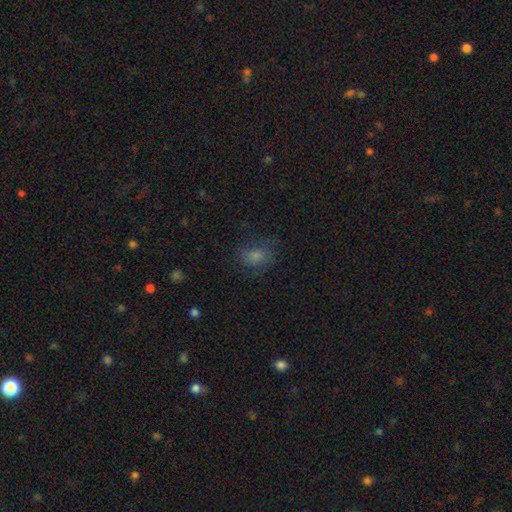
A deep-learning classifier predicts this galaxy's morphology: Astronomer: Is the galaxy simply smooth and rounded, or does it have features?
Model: smooth — 70%.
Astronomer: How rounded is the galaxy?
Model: in between — 60% (runner-up: round, 38%).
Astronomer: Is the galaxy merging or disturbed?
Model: none — 65%.